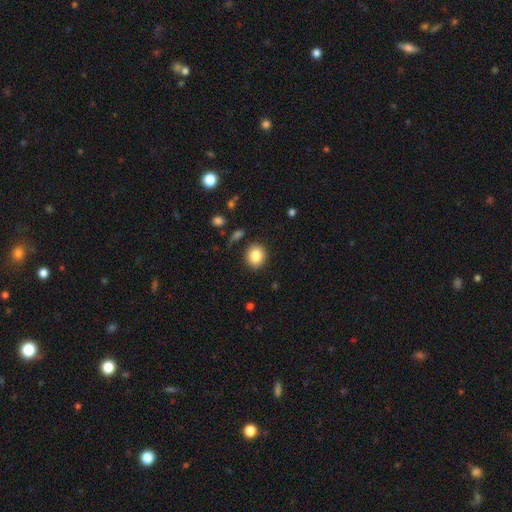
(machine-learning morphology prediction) Smooth or featured: smooth — 84% (star or artifact — 9%)
How rounded: round — 70% (in between — 29%)
Merging: none — 85% (minor disturbance — 9%)